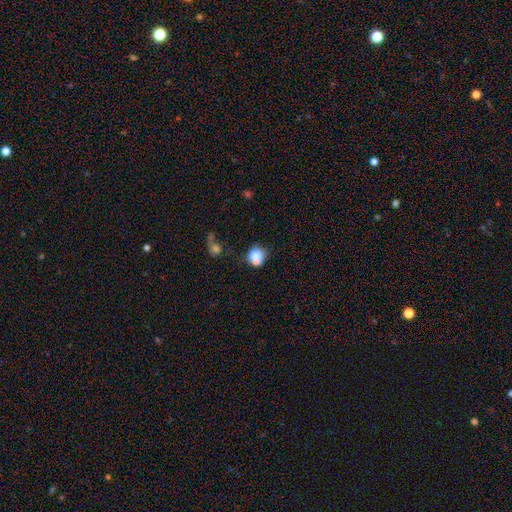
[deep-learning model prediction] smooth_or_featured: smooth (p=0.75) [alt: featured or disk p=0.14]
how_rounded: round (p=0.74) [alt: in between p=0.25]
merging: merger (p=0.42) [alt: none p=0.37]